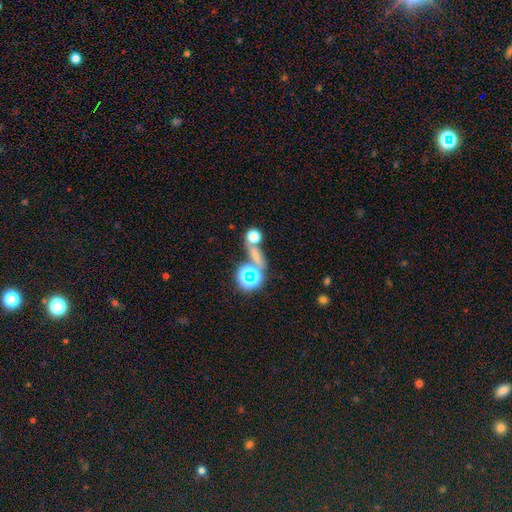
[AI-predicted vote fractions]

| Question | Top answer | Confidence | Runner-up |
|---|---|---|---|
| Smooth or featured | smooth | 47% | star or artifact (41%) |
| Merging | none | 56% | merger (25%) |